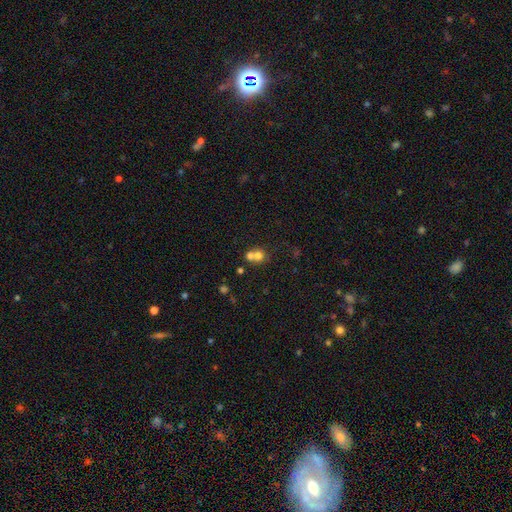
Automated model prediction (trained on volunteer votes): Smooth or featured? smooth (71%)
How rounded? round (80%)
Merging? merger (60%)